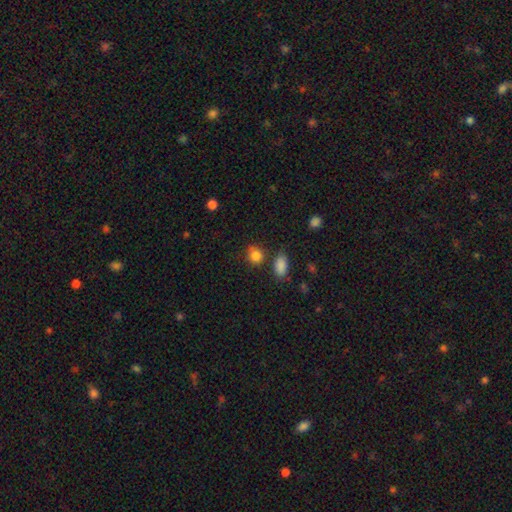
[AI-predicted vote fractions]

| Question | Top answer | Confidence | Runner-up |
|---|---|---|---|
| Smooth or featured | smooth | 84% | star or artifact (11%) |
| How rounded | round | 74% | in between (24%) |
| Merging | none | 72% | minor disturbance (15%) |